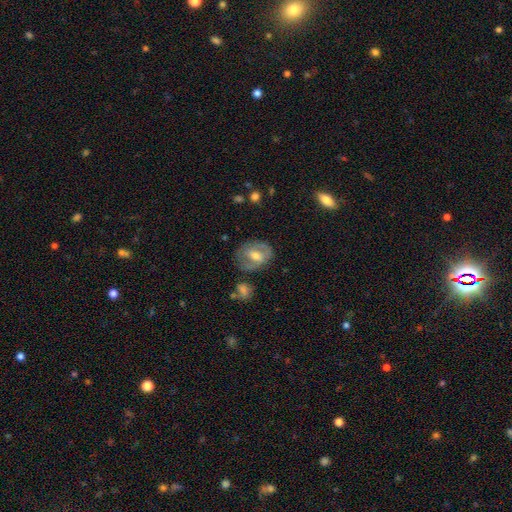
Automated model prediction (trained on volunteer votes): Smooth or featured: featured or disk — 52% (smooth — 40%)
Edge-on disk: no — 93% (yes — 7%)
Merging: none — 70% (minor disturbance — 19%)